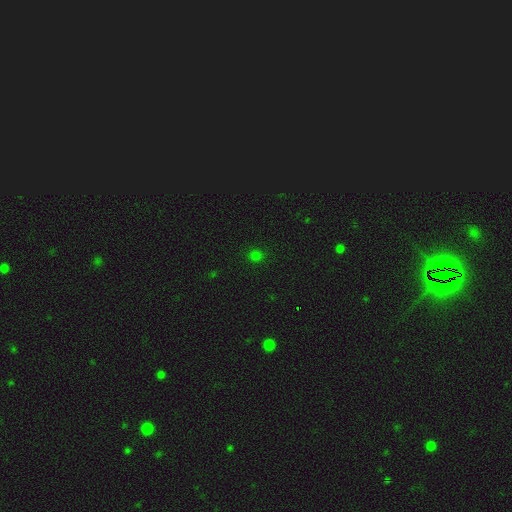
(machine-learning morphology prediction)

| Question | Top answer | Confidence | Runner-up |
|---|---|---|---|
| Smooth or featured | smooth | 74% | star or artifact (23%) |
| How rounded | round | 88% | in between (11%) |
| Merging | none | 90% | minor disturbance (7%) |